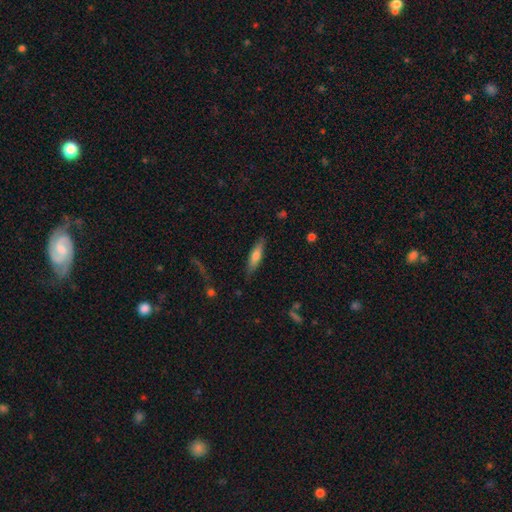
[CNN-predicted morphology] This is likely a smooth galaxy (66%). How rounded: likely cigar-shaped (72%). Merging: clearly none (83%).